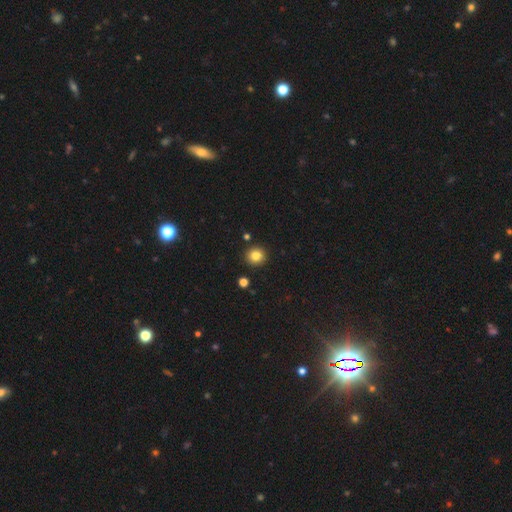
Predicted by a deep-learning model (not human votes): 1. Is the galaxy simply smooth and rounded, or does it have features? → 83% smooth, 11% star or artifact, 6% featured or disk.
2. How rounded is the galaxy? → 91% round, 8% in between, 1% cigar-shaped.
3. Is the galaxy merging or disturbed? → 90% none, 6% minor disturbance, 3% merger, 2% major disturbance.